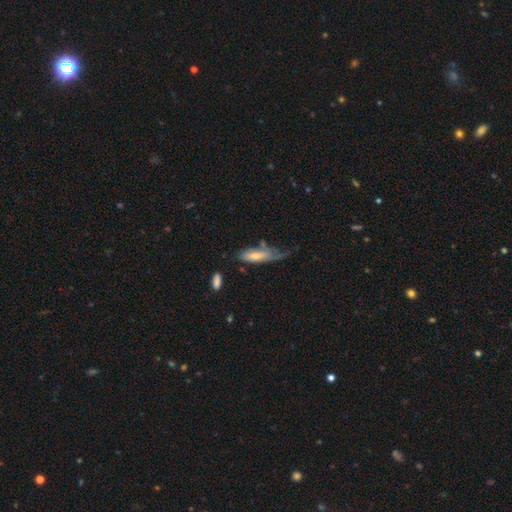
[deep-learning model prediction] Smooth or featured? smooth (55%)
How rounded? cigar-shaped (56%)
Merging? minor disturbance (35%)